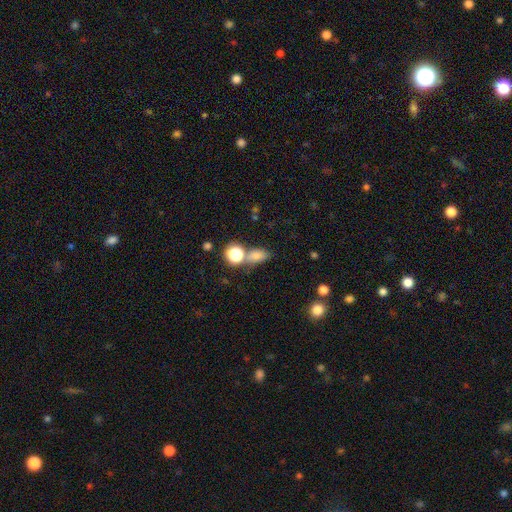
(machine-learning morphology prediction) Smooth or featured? smooth (73%)
How rounded? in between (70%)
Merging? none (59%)